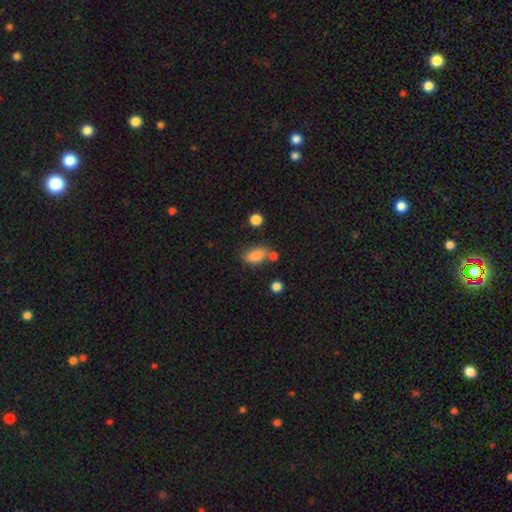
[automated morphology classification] smooth-or-featured: smooth: 82% | star or artifact: 9% | featured or disk: 9%
  how-rounded: in between: 87% | round: 8% | cigar-shaped: 5%
  merging: none: 65% | minor disturbance: 16% | merger: 15% | major disturbance: 4%